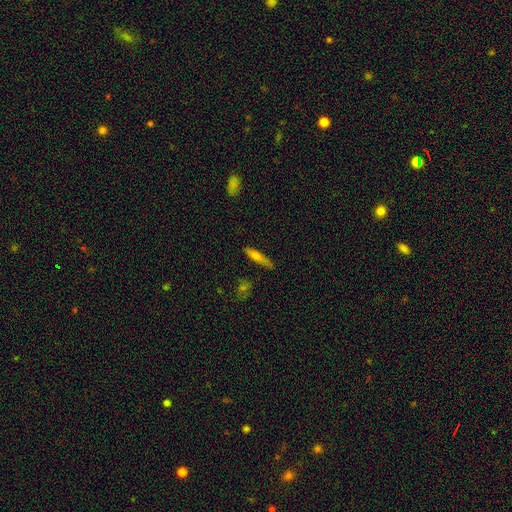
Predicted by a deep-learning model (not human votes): smooth 62%, featured or disk 29%, star or artifact 8%. Down the decision tree: how rounded — cigar-shaped (84%); merging — none (79%).